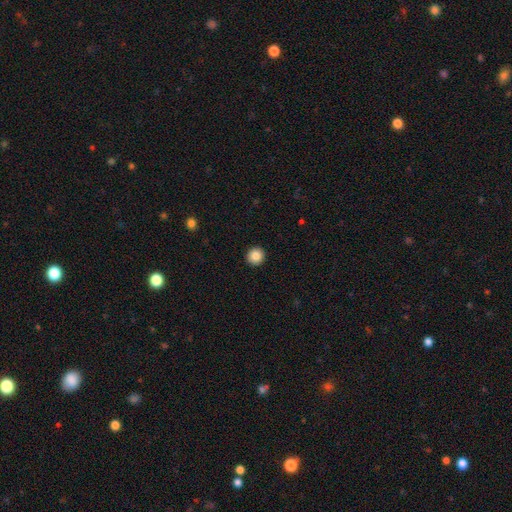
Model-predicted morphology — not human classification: Smooth or featured? smooth (86%)
How rounded? round (95%)
Merging? none (94%)